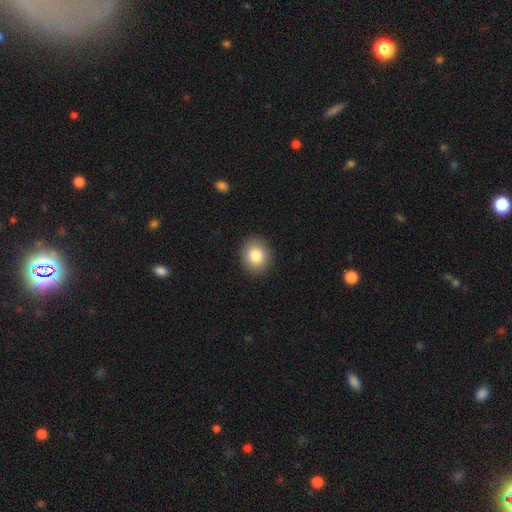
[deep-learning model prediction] Smooth or featured? smooth (83%)
How rounded? round (73%)
Merging? none (91%)